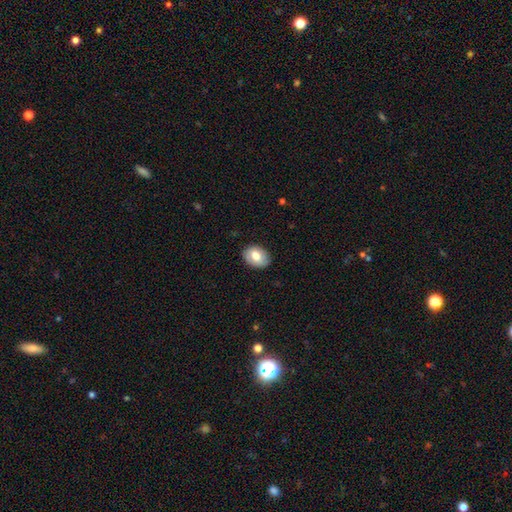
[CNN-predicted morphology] A smooth galaxy with no disk features (76%) that is in between round and cigar-shaped (73%). Merging: none (85%).